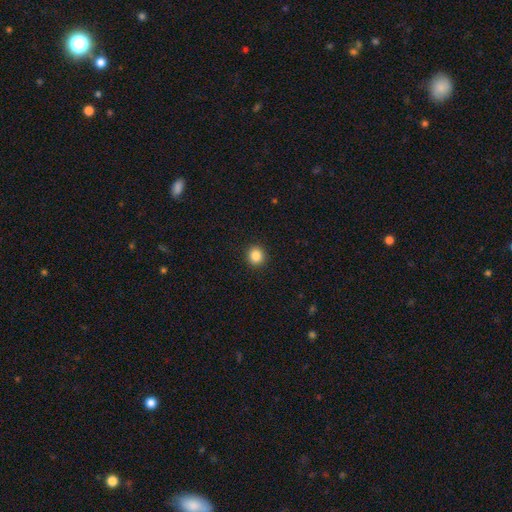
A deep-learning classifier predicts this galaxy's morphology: Smooth or featured?
  - smooth: 86% *
  - star or artifact: 10%
  - featured or disk: 3%
How rounded?
  - round: 88% *
  - in between: 12%
  - cigar-shaped: 1%
Merging?
  - none: 92% *
  - minor disturbance: 5%
  - major disturbance: 2%
  - merger: 1%